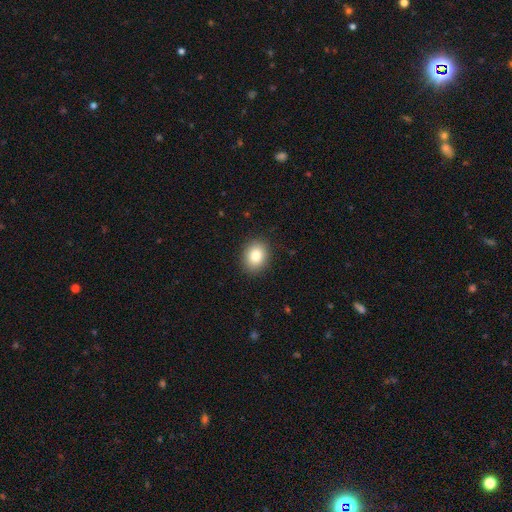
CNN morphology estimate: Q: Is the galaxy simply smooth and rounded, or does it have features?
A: smooth — 83%.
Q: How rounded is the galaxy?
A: round — 54%.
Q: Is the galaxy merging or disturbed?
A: none — 90%.